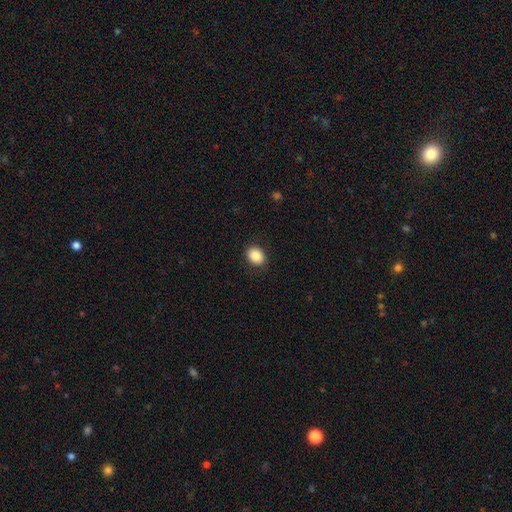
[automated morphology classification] type=smooth (88%); roundness=in between (59%); merging=none (89%).